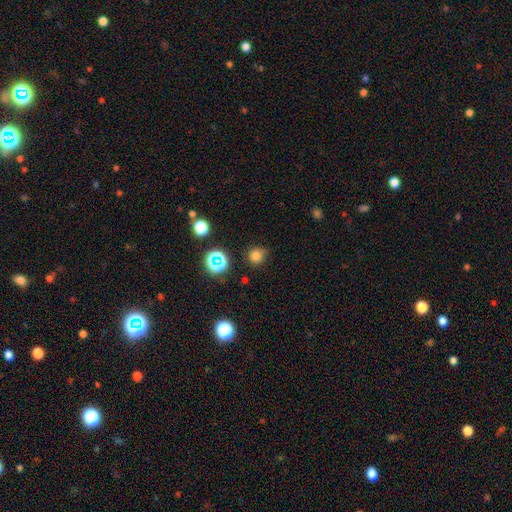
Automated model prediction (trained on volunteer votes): This appears to be a smooth galaxy with no disk features (76%) that is round (89%). Merging: none (78%).